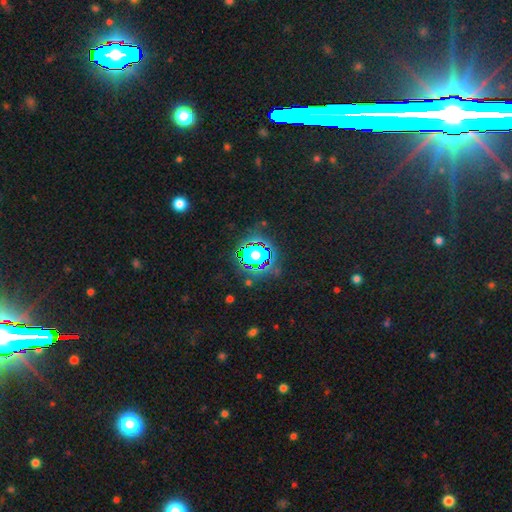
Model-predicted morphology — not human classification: star or artifact 80%, smooth 12%, featured or disk 9%.